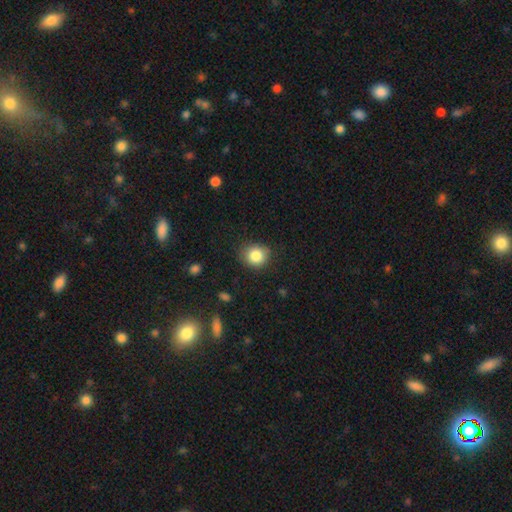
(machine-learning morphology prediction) smooth_or_featured: smooth (p=0.84) [alt: star or artifact p=0.10]
how_rounded: round (p=0.80) [alt: in between p=0.19]
merging: none (p=0.83) [alt: minor disturbance p=0.13]